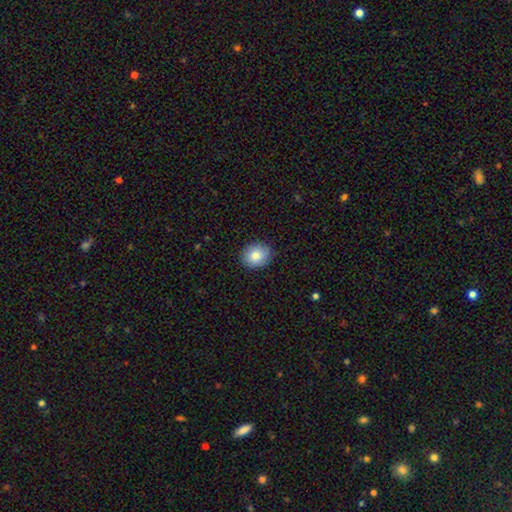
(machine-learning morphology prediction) Smooth or featured?
  - smooth: 83% *
  - featured or disk: 9%
  - star or artifact: 8%
How rounded?
  - round: 61% *
  - in between: 38%
  - cigar-shaped: 1%
Merging?
  - none: 87% *
  - minor disturbance: 10%
  - major disturbance: 2%
  - merger: 1%